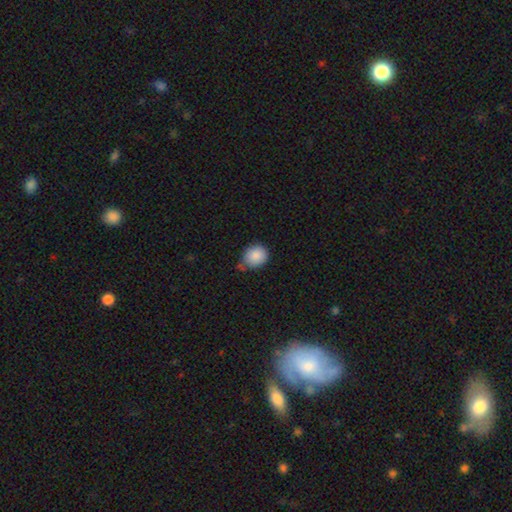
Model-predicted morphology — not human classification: smooth-or-featured: smooth: 87% | star or artifact: 8% | featured or disk: 5%
  how-rounded: round: 73% | in between: 26% | cigar-shaped: 1%
  merging: none: 54% | minor disturbance: 34% | merger: 6% | major disturbance: 6%